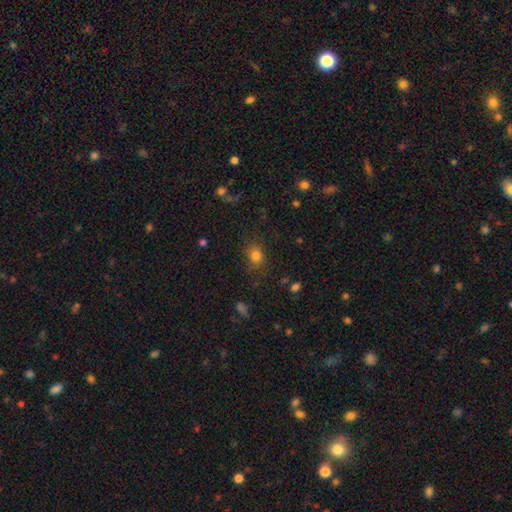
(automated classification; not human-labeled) Q: Smooth or featured?
A: smooth (79%); runner-up: star or artifact (14%)
Q: How rounded?
A: round (53%); runner-up: in between (45%)
Q: Merging?
A: none (79%); runner-up: minor disturbance (13%)